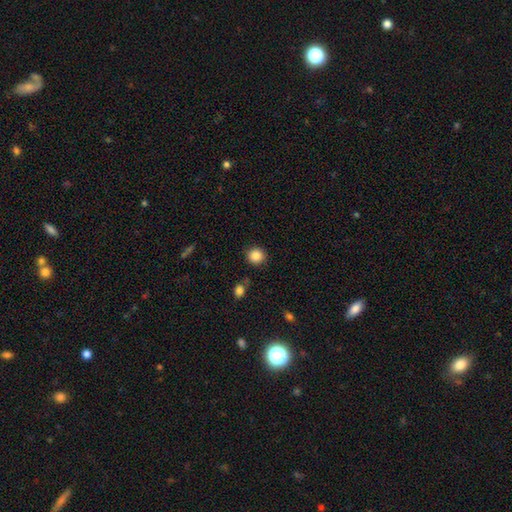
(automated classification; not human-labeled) Smooth or featured? smooth (87%)
How rounded? round (91%)
Merging? none (87%)